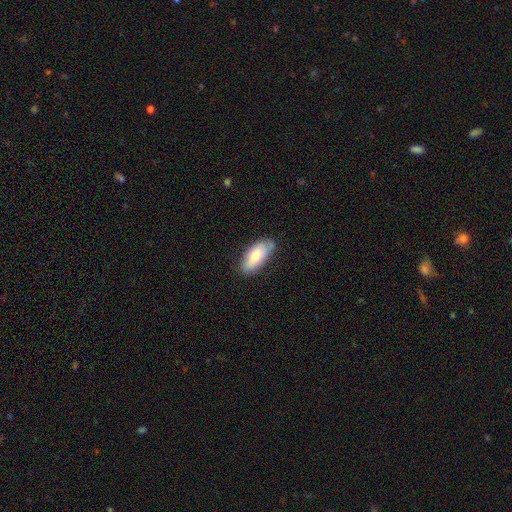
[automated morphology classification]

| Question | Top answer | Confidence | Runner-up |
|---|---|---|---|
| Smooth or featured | smooth | 76% | featured or disk (18%) |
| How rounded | in between | 86% | cigar-shaped (12%) |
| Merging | none | 75% | minor disturbance (20%) |